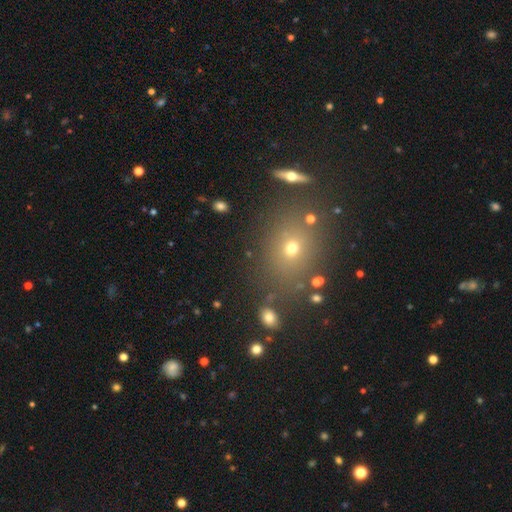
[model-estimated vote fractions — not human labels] Smooth or featured? smooth (48%)
Merging? none (80%)